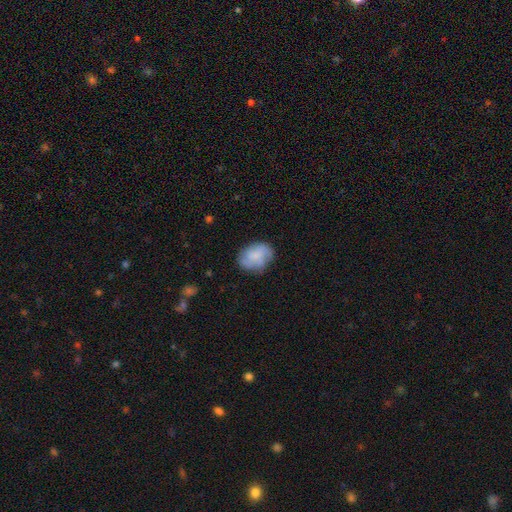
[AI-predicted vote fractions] This is likely a smooth galaxy (64%). How rounded: likely in between (72%). Merging: likely none (66%).